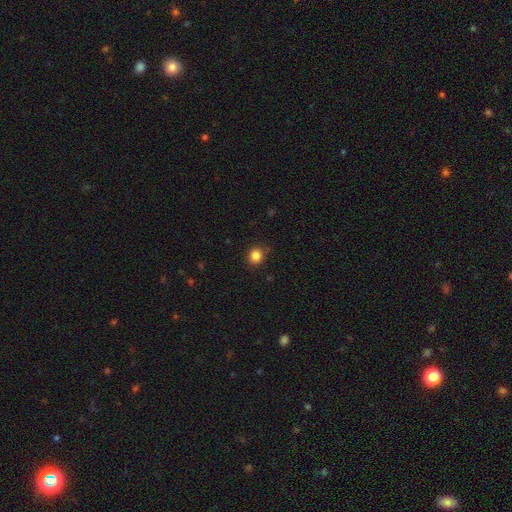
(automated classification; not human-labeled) Smooth or featured? smooth (84%)
How rounded? round (83%)
Merging? none (85%)